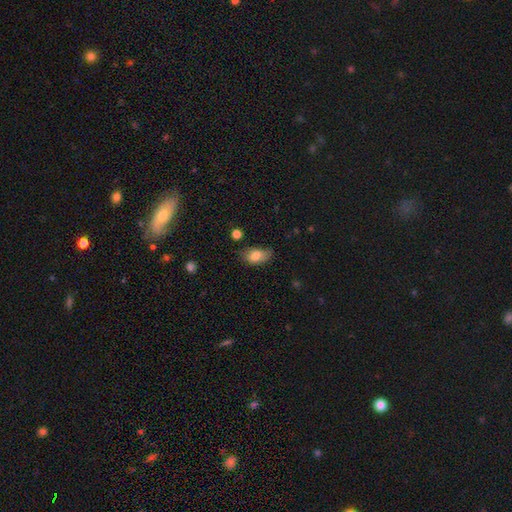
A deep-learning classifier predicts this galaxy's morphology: A smooth galaxy with no disk features (79%) that is in between round and cigar-shaped (89%). Merging: none (59%).